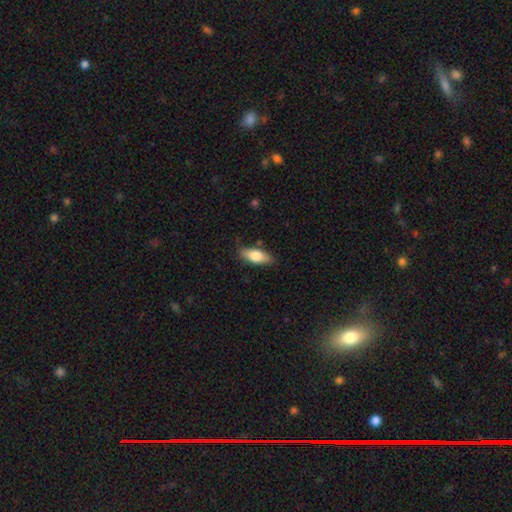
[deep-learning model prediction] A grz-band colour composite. It shows a smooth galaxy with no disk features (74%) that is in between round and cigar-shaped (74%). Merging: none (82%).